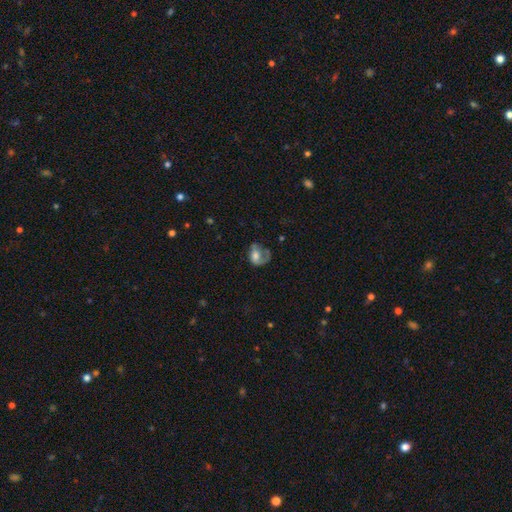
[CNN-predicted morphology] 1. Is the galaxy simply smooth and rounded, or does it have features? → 50% smooth, 41% featured or disk, 9% star or artifact.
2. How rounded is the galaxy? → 56% in between, 42% round, 1% cigar-shaped.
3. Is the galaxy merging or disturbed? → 43% major disturbance, 29% none, 24% minor disturbance, 5% merger.